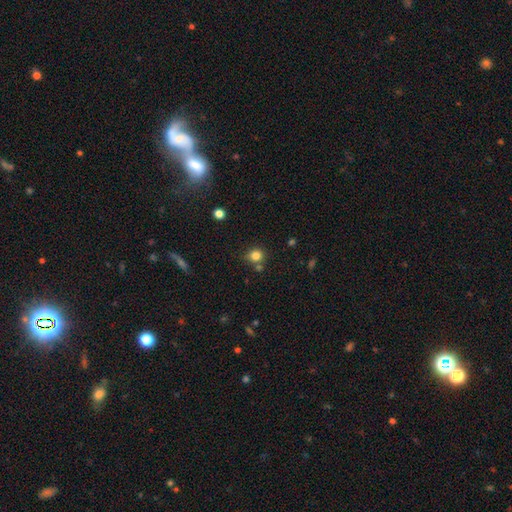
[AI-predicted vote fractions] A smooth galaxy with no disk features (82%) that is round (84%). Merging: none (70%).